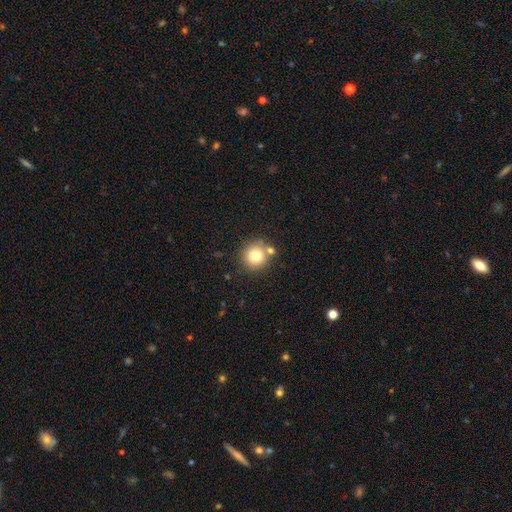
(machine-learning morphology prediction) This appears to be a smooth galaxy with no disk features (78%) that is round (92%). Merging: none (73%).